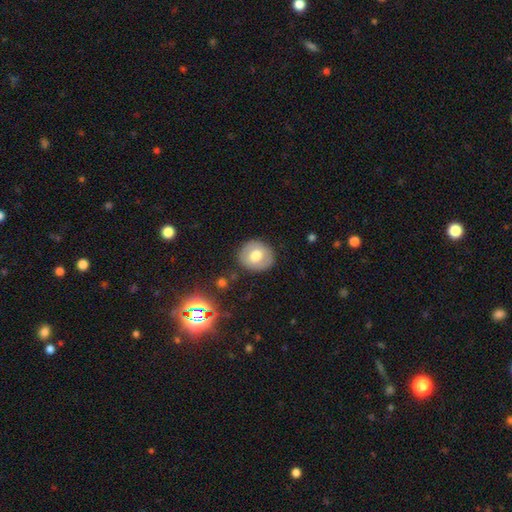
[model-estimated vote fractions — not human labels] A smooth galaxy with no disk features (67%) that is round (80%).

Vote fractions:
- Smooth or featured? smooth: 67% / featured or disk: 24% / star or artifact: 8%
- How rounded? round: 80% / in between: 19% / cigar-shaped: 1%
- Merging? none: 87% / minor disturbance: 9% / major disturbance: 3% / merger: 1%